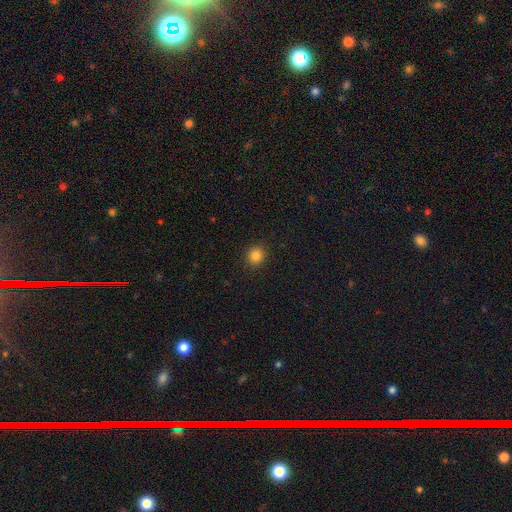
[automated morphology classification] This appears to be a smooth galaxy with no disk features (84%) that is round (86%). Merging: none (91%).